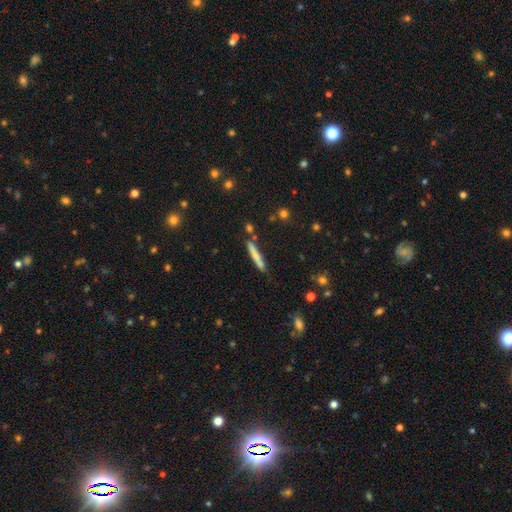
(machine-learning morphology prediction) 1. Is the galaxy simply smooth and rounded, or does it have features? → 70% smooth, 23% featured or disk, 7% star or artifact.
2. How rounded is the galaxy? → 95% cigar-shaped, 4% in between, 1% round.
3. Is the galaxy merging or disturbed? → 77% none, 14% minor disturbance, 6% merger, 3% major disturbance.